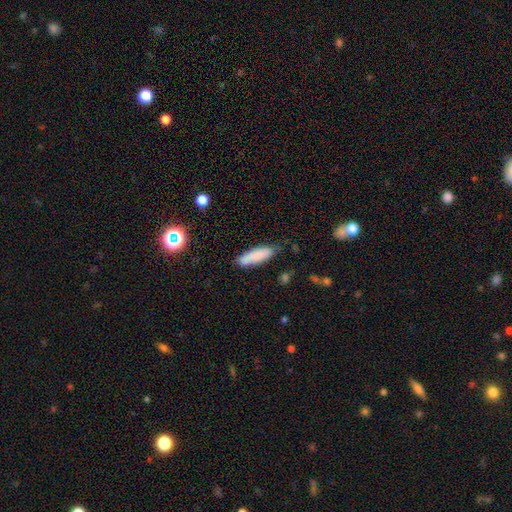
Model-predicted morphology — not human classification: type=smooth (82%); roundness=cigar-shaped (60%); merging=none (74%).